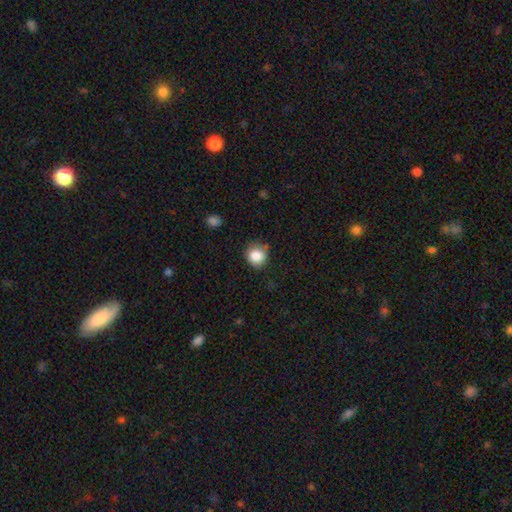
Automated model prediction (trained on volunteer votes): This is clearly a smooth galaxy (86%). How rounded: clearly round (88%). Merging: likely none (79%).